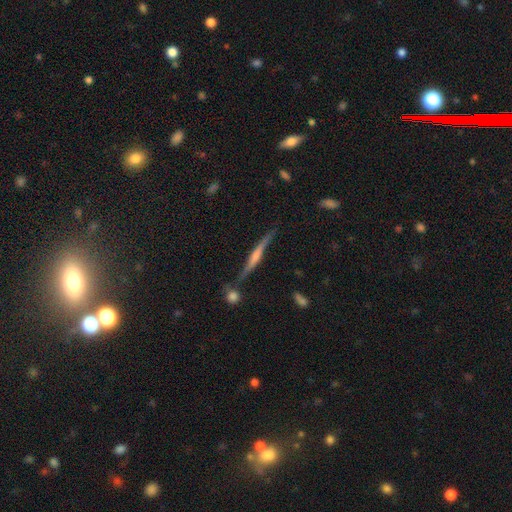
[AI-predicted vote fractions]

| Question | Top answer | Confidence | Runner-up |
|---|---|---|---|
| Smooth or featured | featured or disk | 76% | smooth (17%) |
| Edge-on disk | yes | 96% | no (4%) |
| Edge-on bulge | rounded | 61% | none (21%) |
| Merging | none | 77% | minor disturbance (14%) |